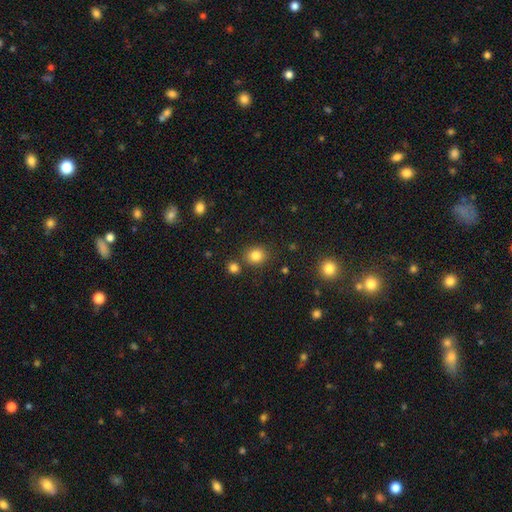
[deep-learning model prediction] smooth-or-featured: smooth: 83% | star or artifact: 12% | featured or disk: 5%
  how-rounded: round: 74% | in between: 25% | cigar-shaped: 1%
  merging: none: 80% | minor disturbance: 9% | merger: 8% | major disturbance: 3%